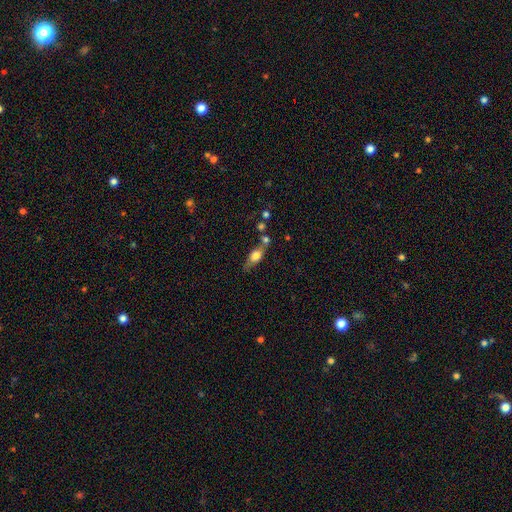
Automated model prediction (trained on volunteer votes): Smooth or featured: smooth — 64% (featured or disk — 28%)
How rounded: in between — 67% (cigar-shaped — 23%)
Merging: none — 49% (merger — 25%)